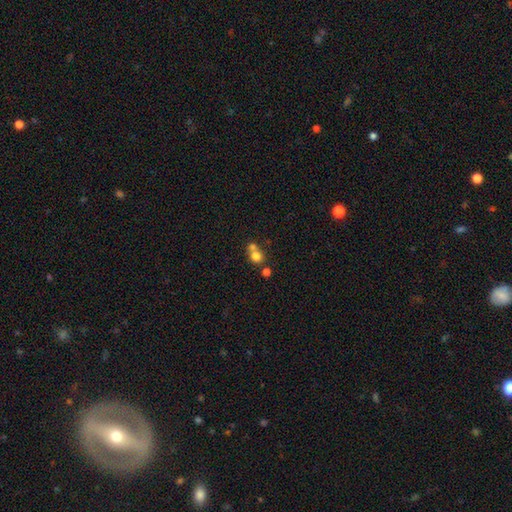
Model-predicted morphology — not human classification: smooth 76%, star or artifact 12%, featured or disk 12%. Down the decision tree: how rounded — round (78%); merging — merger (52%).